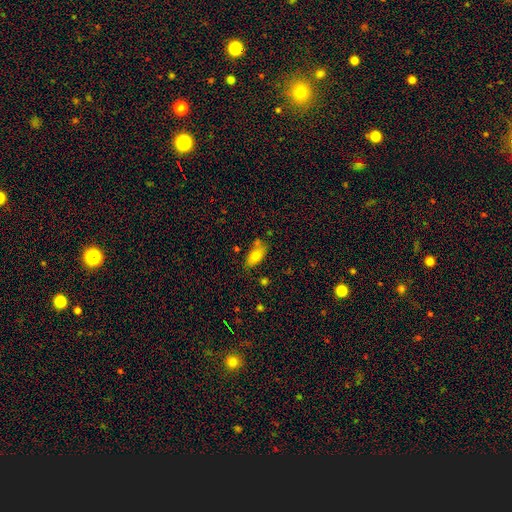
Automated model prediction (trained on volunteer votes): smooth-or-featured: smooth: 75% | featured or disk: 17% | star or artifact: 9%
  how-rounded: in between: 87% | cigar-shaped: 8% | round: 5%
  merging: none: 64% | minor disturbance: 20% | merger: 11% | major disturbance: 5%